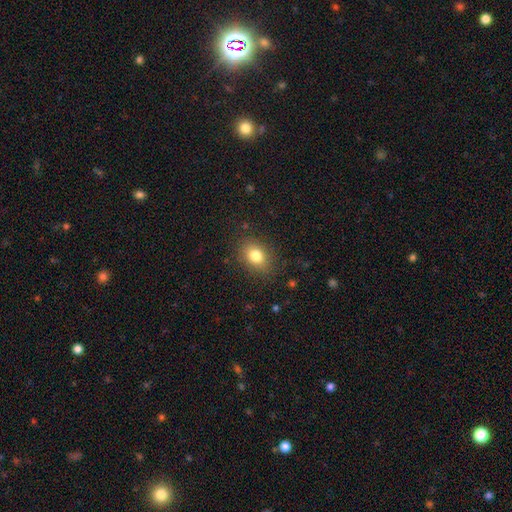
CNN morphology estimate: smooth-or-featured: smooth: 80% | star or artifact: 10% | featured or disk: 9%
  how-rounded: in between: 68% | round: 31% | cigar-shaped: 1%
  merging: none: 84% | minor disturbance: 11% | major disturbance: 4% | merger: 1%